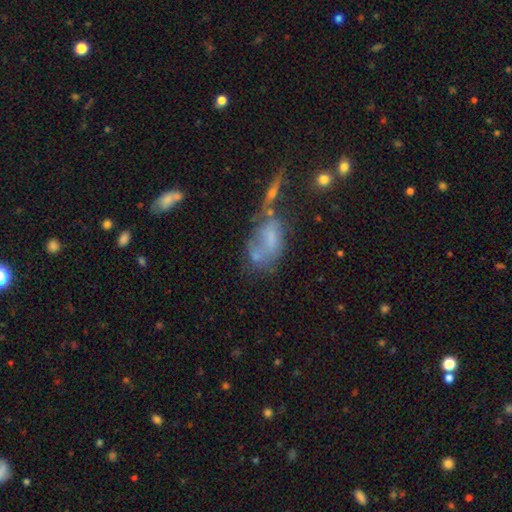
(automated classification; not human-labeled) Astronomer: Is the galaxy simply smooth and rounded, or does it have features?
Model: smooth — 47% (runner-up: featured or disk, 39%).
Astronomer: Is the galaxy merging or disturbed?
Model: merger — 36% (runner-up: none, 24%).